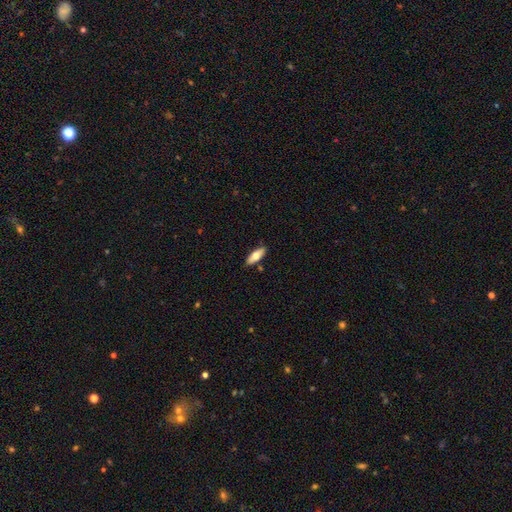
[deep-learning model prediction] Smooth or featured? smooth (67%)
How rounded? in between (66%)
Merging? none (87%)